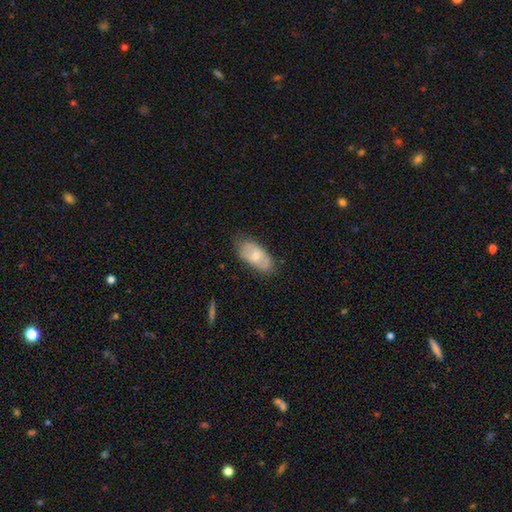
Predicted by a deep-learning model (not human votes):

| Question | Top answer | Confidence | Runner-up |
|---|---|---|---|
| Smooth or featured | smooth | 64% | featured or disk (30%) |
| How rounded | in between | 92% | round (4%) |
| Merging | none | 72% | minor disturbance (22%) |